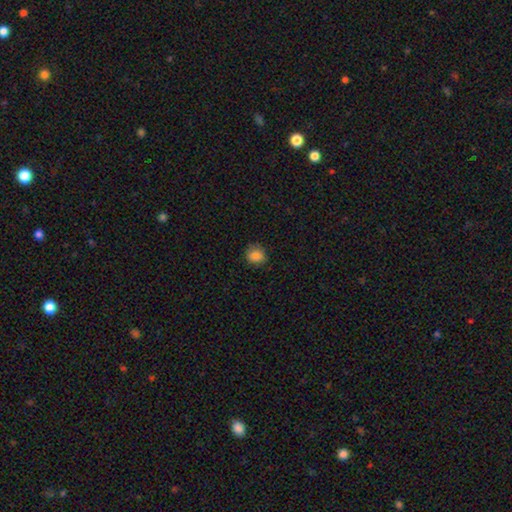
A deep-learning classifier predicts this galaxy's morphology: Smooth or featured? smooth (85%)
How rounded? round (77%)
Merging? none (81%)